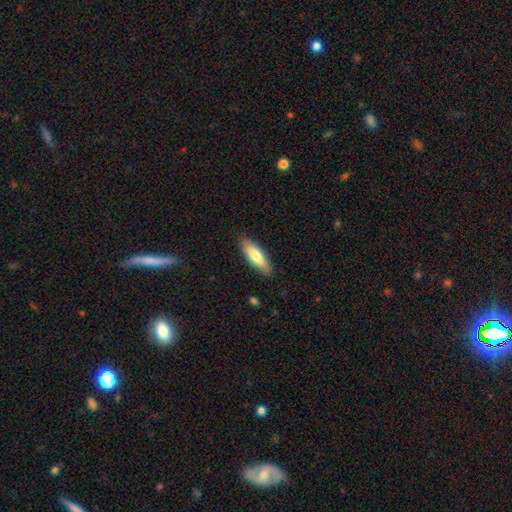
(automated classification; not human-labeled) Smooth or featured?
  - smooth: 72% *
  - featured or disk: 22%
  - star or artifact: 5%
How rounded?
  - cigar-shaped: 51% *
  - in between: 47%
  - round: 2%
Merging?
  - none: 87% *
  - minor disturbance: 10%
  - major disturbance: 2%
  - merger: 1%